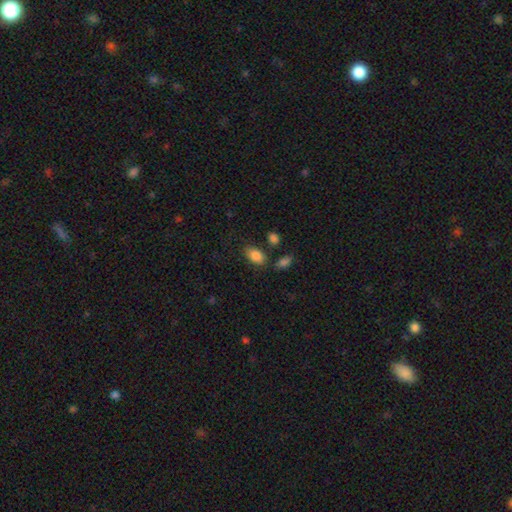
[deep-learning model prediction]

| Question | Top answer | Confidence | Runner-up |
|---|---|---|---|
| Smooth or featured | smooth | 86% | star or artifact (8%) |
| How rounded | in between | 90% | round (9%) |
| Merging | none | 73% | minor disturbance (14%) |